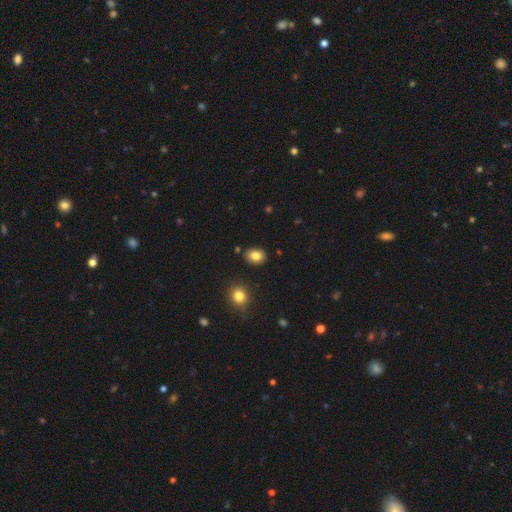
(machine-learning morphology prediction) Smooth or featured?
  - smooth: 83% *
  - star or artifact: 10%
  - featured or disk: 7%
How rounded?
  - in between: 57% *
  - round: 42%
  - cigar-shaped: 1%
Merging?
  - none: 87% *
  - minor disturbance: 9%
  - merger: 3%
  - major disturbance: 2%